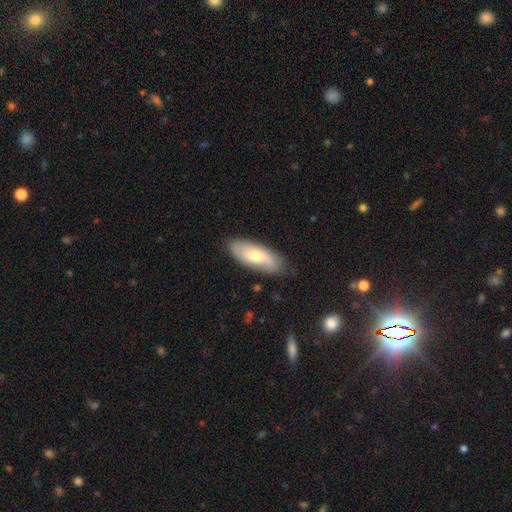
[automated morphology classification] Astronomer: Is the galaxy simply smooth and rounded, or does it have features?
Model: smooth — 49% (runner-up: featured or disk, 45%).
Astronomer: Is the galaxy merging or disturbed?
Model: none — 81%.